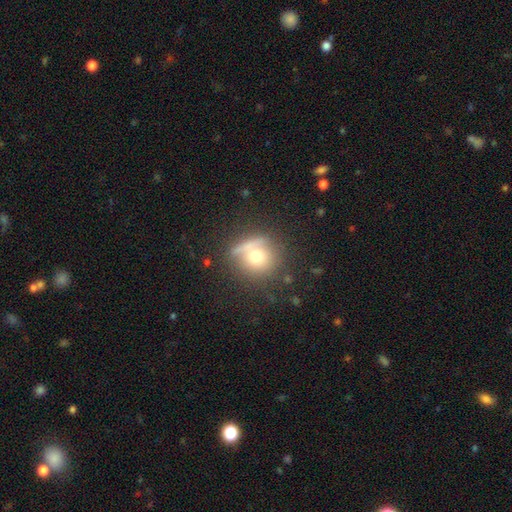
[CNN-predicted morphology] smooth_or_featured: smooth (p=0.67) [alt: featured or disk p=0.20]
how_rounded: round (p=0.89) [alt: in between p=0.09]
merging: none (p=0.60) [alt: minor disturbance p=0.20]